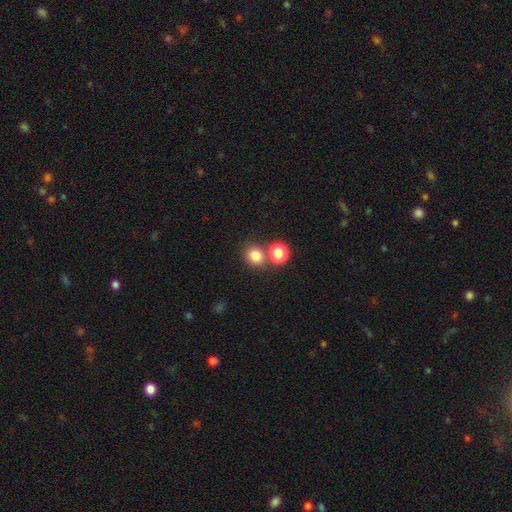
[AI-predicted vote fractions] This appears to be a smooth galaxy with no disk features (80%) that is round (79%). Merging: none (66%).